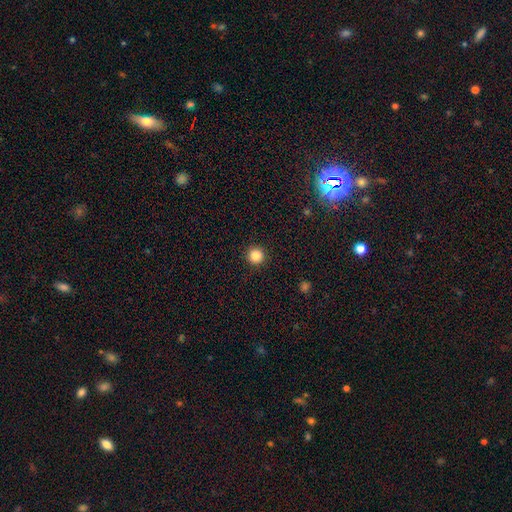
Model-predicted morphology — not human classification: A smooth galaxy with no disk features (86%) that is round (96%).

Vote fractions:
- Smooth or featured? smooth: 86% / star or artifact: 11% / featured or disk: 3%
- How rounded? round: 96% / in between: 3% / cigar-shaped: 1%
- Merging? none: 93% / minor disturbance: 5% / major disturbance: 2% / merger: 1%